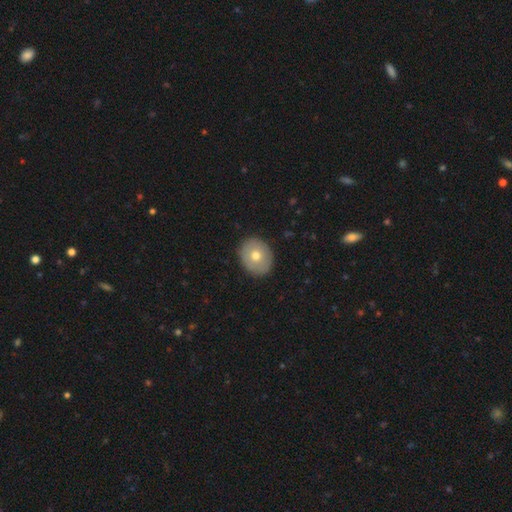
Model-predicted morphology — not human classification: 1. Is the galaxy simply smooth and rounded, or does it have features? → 68% smooth, 25% featured or disk, 7% star or artifact.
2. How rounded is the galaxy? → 59% round, 40% in between, 1% cigar-shaped.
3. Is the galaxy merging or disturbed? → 89% none, 8% minor disturbance, 2% major disturbance, 1% merger.